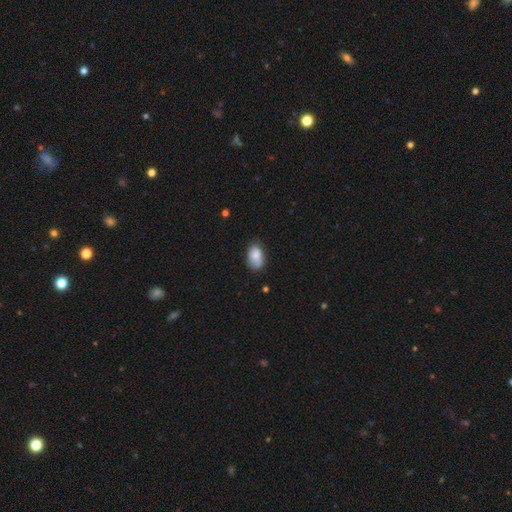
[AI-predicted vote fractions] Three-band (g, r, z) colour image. It shows a smooth galaxy with no disk features (83%) that is in between round and cigar-shaped (90%). Merging: none (61%).